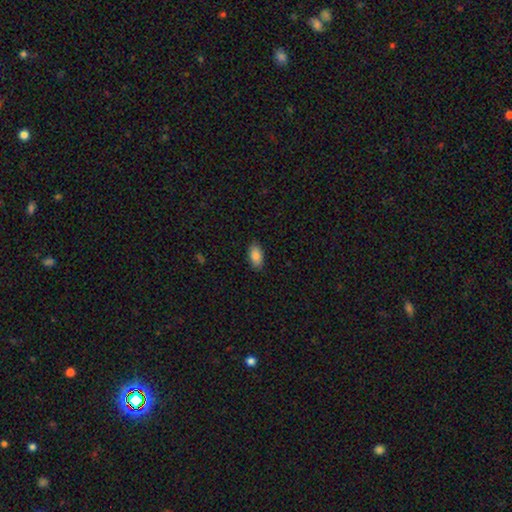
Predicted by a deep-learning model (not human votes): A smooth galaxy with no disk features (87%) that is in between round and cigar-shaped (93%). Merging: none (89%).